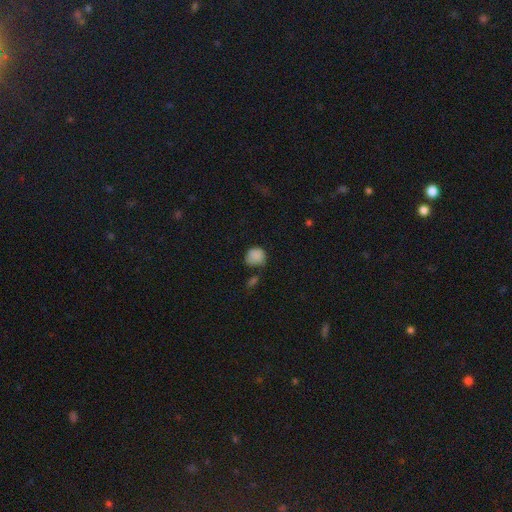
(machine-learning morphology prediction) A smooth galaxy with no disk features (84%) that is round (73%). Merging: none (48%).